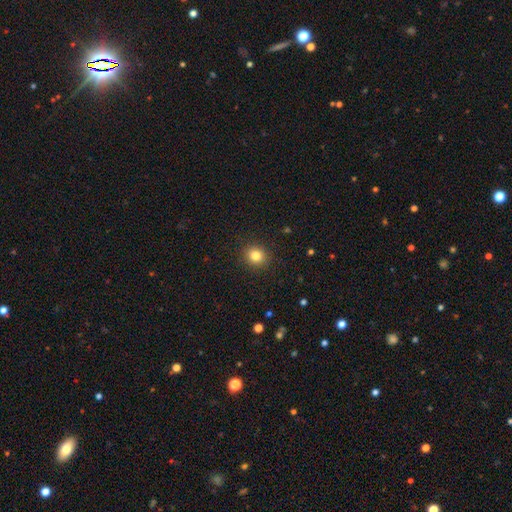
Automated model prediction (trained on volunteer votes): smooth-or-featured: smooth: 83% | star or artifact: 11% | featured or disk: 6%
  how-rounded: round: 79% | in between: 20% | cigar-shaped: 1%
  merging: none: 91% | minor disturbance: 6% | major disturbance: 2% | merger: 1%